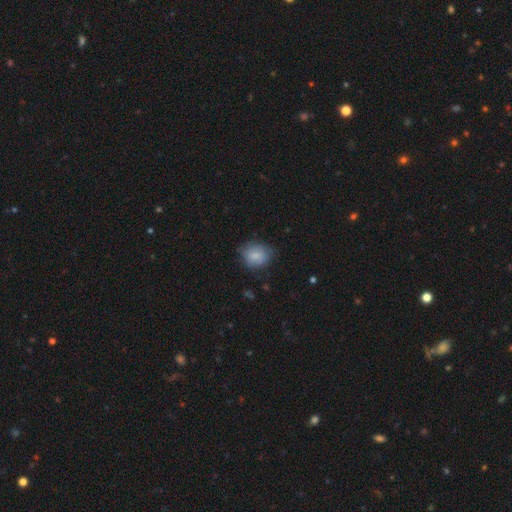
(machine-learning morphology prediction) The model was most divided on "how rounded": round: 61%, in between: 38%, cigar-shaped: 1%. More confident: smooth or featured — smooth (82%); merging — none (70%).